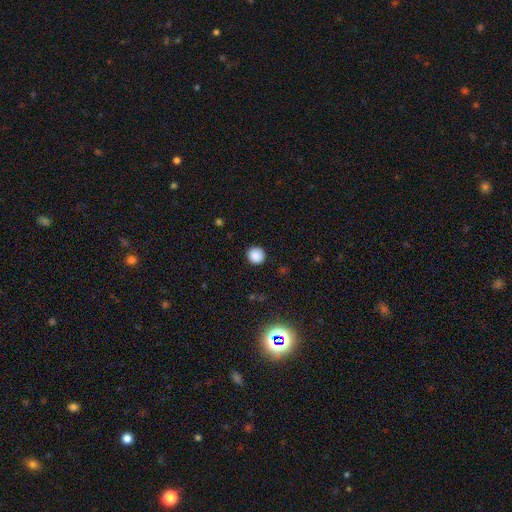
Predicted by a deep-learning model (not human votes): smooth_or_featured: smooth (p=0.87) [alt: star or artifact p=0.10]
how_rounded: round (p=0.92) [alt: in between p=0.07]
merging: none (p=0.91) [alt: minor disturbance p=0.06]